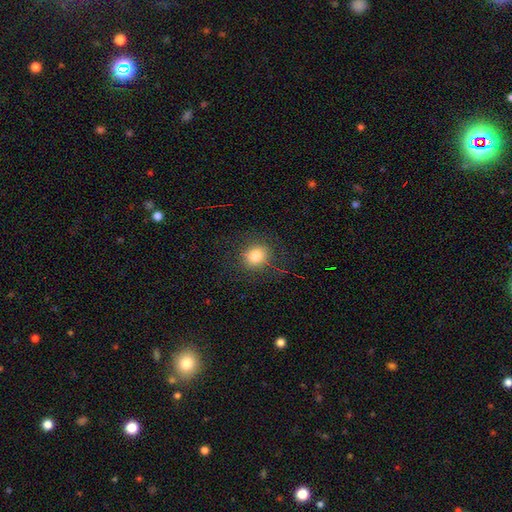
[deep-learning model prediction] This appears to be a smooth galaxy with no disk features (80%) that is round (74%). Merging: none (84%).